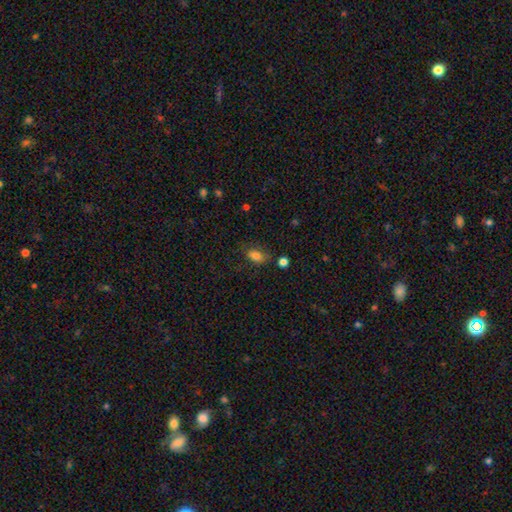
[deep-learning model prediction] Overall: smooth (81%). How rounded: in between (86%). Merging: none (65%).